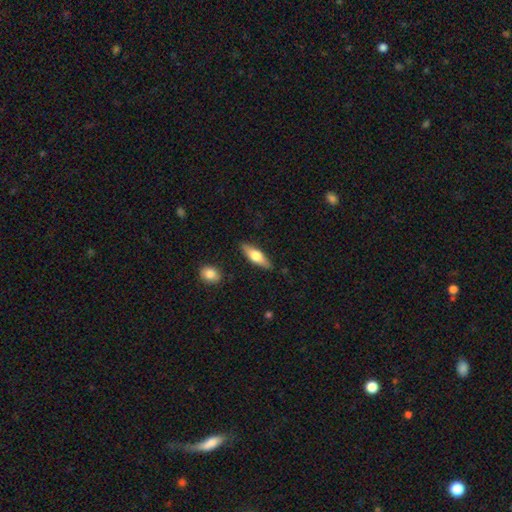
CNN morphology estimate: Overall: smooth (56%; featured or disk 38%). How rounded: in between (52%; cigar-shaped 45%). Merging: none (86%).